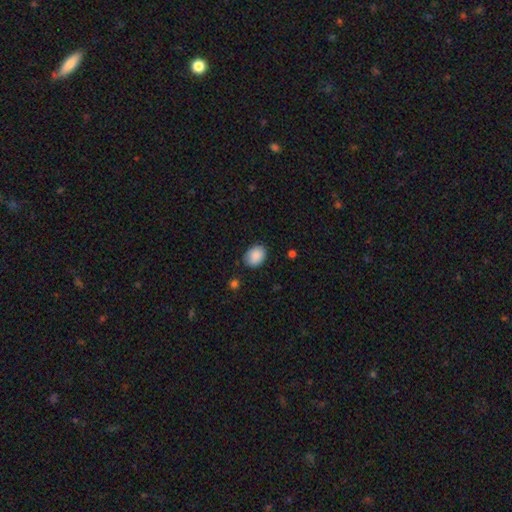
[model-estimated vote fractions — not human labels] Smooth or featured: smooth — 89% (star or artifact — 7%)
How rounded: in between — 69% (round — 30%)
Merging: none — 83% (minor disturbance — 13%)